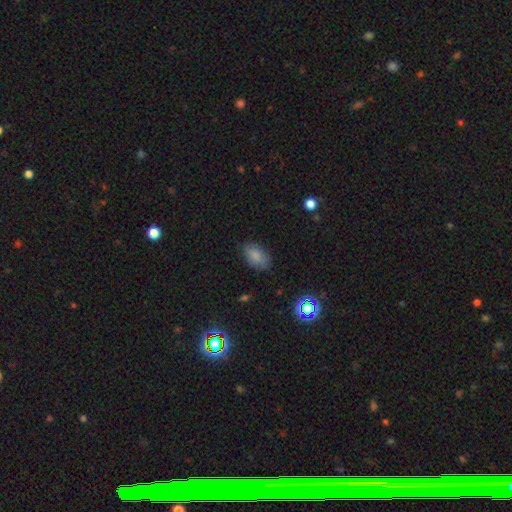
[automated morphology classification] Overall: smooth (82%). How rounded: in between (91%). Merging: none (81%).